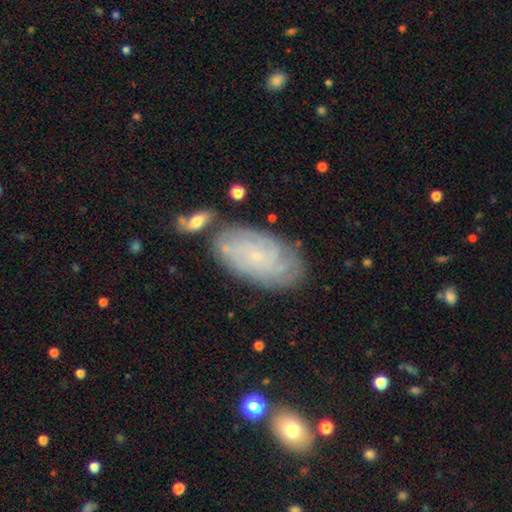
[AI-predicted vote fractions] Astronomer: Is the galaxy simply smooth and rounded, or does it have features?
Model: featured or disk — 69%.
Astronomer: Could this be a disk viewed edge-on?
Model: no — 94%.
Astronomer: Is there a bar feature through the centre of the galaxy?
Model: no — 80%.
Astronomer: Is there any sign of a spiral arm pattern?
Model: yes — 90%.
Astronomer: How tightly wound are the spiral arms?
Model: tight — 75%.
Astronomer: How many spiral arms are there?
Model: can't tell — 48%.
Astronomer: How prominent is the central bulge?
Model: small — 86%.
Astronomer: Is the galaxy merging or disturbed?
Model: none — 71%.